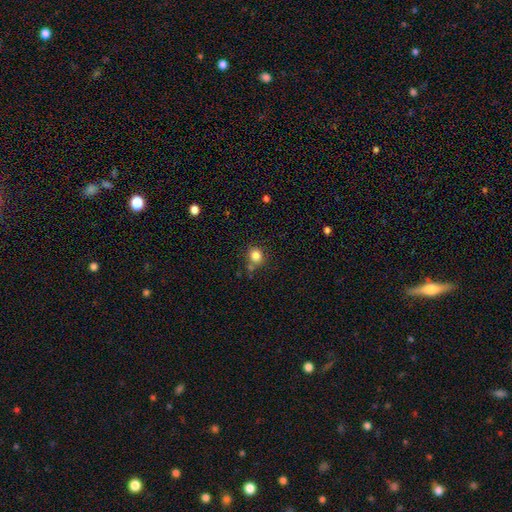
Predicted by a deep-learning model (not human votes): Q: Smooth or featured?
A: smooth (83%); runner-up: star or artifact (12%)
Q: How rounded?
A: round (81%); runner-up: in between (18%)
Q: Merging?
A: none (72%); runner-up: minor disturbance (13%)